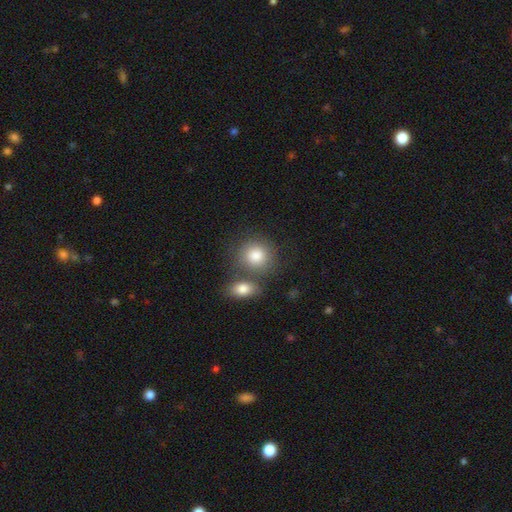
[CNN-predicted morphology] Smooth or featured? Predicted: smooth (p=0.82). How rounded? Predicted: round (p=0.74). Merging? Predicted: none (p=0.55).